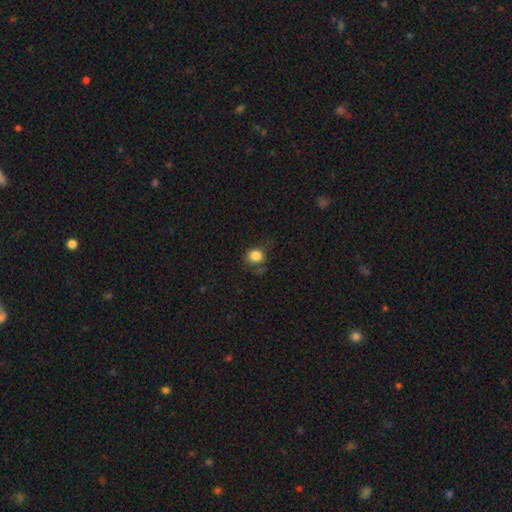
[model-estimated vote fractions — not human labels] A smooth galaxy with no disk features (83%) that is round (79%). Merging: none (61%).